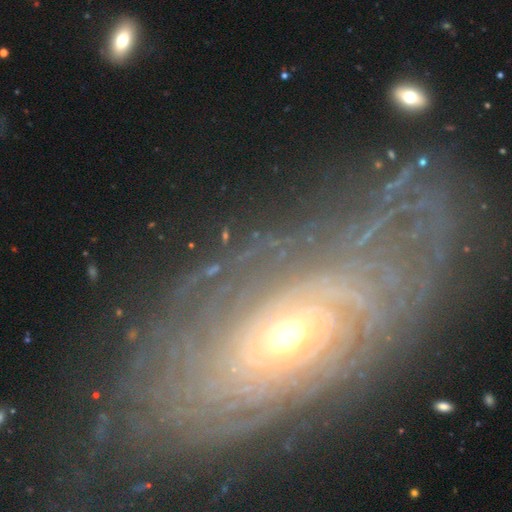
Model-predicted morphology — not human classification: Q: Smooth or featured?
A: featured or disk (86%); runner-up: star or artifact (7%)
Q: Edge-on disk?
A: no (93%); runner-up: yes (7%)
Q: Bar?
A: no (61%); runner-up: weak (26%)
Q: Spiral arms?
A: yes (94%); runner-up: no (6%)
Q: Spiral winding?
A: tight (85%); runner-up: medium (12%)
Q: Spiral arm count?
A: can't tell (35%); runner-up: more than 4 (28%)
Q: Bulge size?
A: moderate (55%); runner-up: small (38%)
Q: Merging?
A: none (77%); runner-up: minor disturbance (14%)